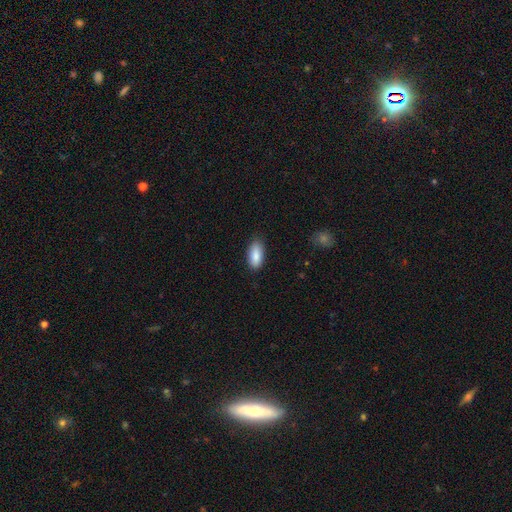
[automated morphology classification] smooth 87%, featured or disk 6%, star or artifact 6%. Down the decision tree: how rounded — in between (89%); merging — none (84%).